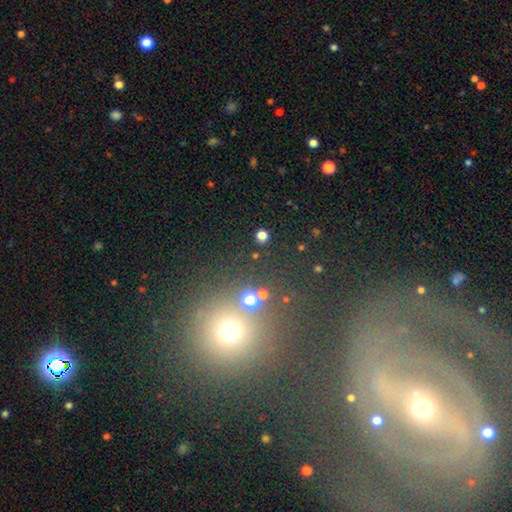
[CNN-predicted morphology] smooth_or_featured: star or artifact (p=0.49) [alt: smooth p=0.42]